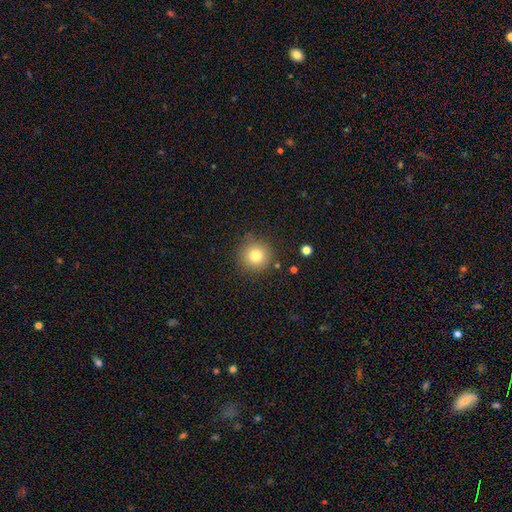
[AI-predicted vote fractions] Overall: smooth (80%). How rounded: round (94%). Merging: none (85%).